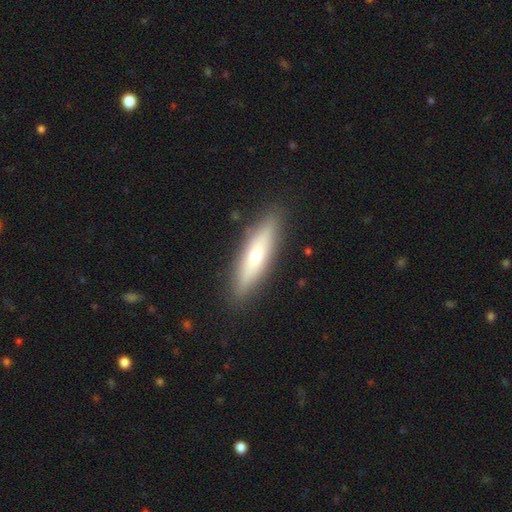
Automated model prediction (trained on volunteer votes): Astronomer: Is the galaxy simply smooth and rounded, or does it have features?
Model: smooth — 52% (runner-up: featured or disk, 41%).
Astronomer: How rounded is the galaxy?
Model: cigar-shaped — 75%.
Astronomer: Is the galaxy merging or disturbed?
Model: none — 88%.